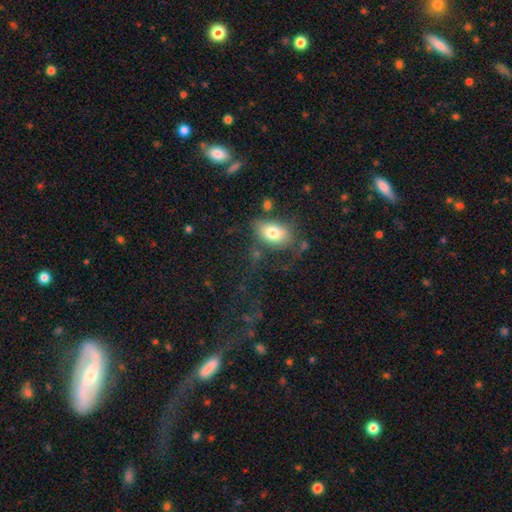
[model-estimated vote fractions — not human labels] Smooth or featured?
  - smooth: 72% *
  - featured or disk: 17%
  - star or artifact: 11%
How rounded?
  - in between: 85% *
  - round: 12%
  - cigar-shaped: 3%
Merging?
  - none: 54% *
  - major disturbance: 21%
  - minor disturbance: 17%
  - merger: 7%